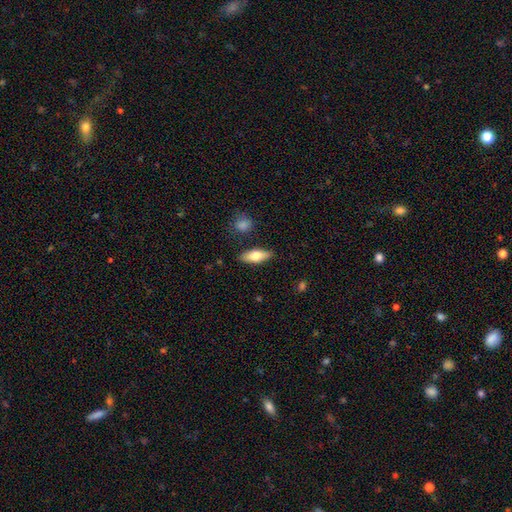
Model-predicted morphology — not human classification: A smooth galaxy with no disk features (66%) that is in between round and cigar-shaped (67%). Merging: none (85%).